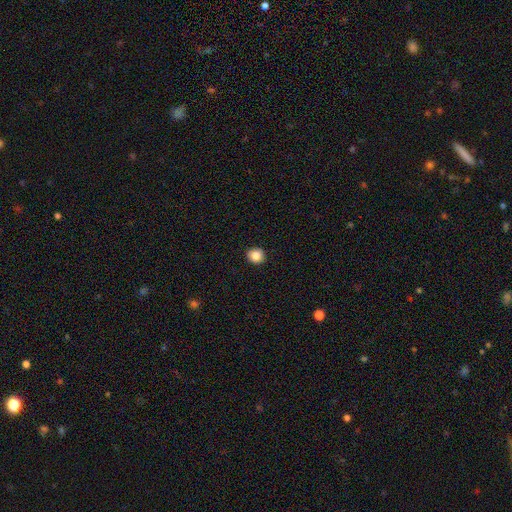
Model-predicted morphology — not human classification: Smooth or featured?
  - smooth: 84% *
  - star or artifact: 10%
  - featured or disk: 6%
How rounded?
  - round: 87% *
  - in between: 12%
  - cigar-shaped: 1%
Merging?
  - none: 92% *
  - minor disturbance: 6%
  - major disturbance: 1%
  - merger: 1%